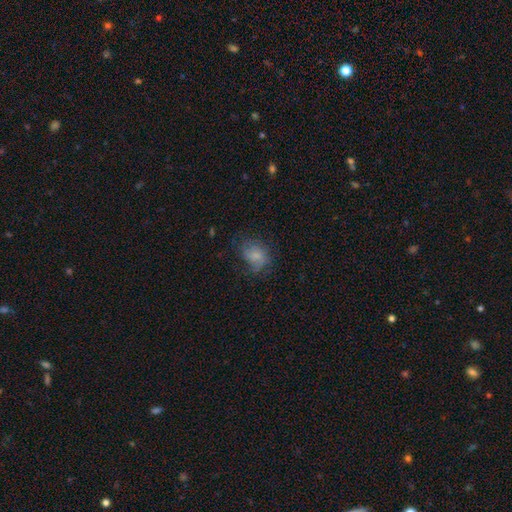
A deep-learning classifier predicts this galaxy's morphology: Smooth or featured: smooth — 62% (featured or disk — 27%)
How rounded: in between — 50% (round — 49%)
Merging: none — 52% (minor disturbance — 27%)